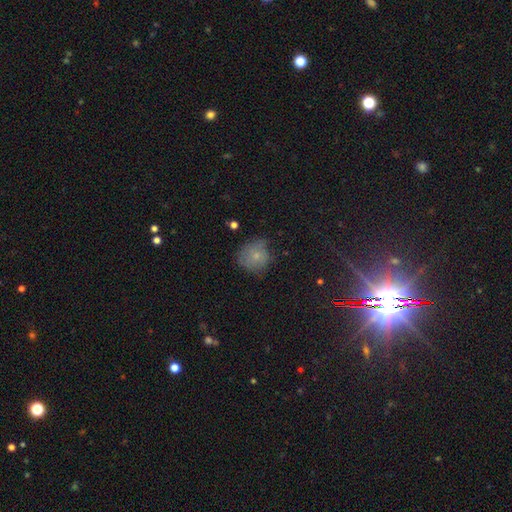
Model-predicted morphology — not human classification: This is likely a smooth galaxy (70%). How rounded: clearly round (84%). Merging: possibly none (58%).